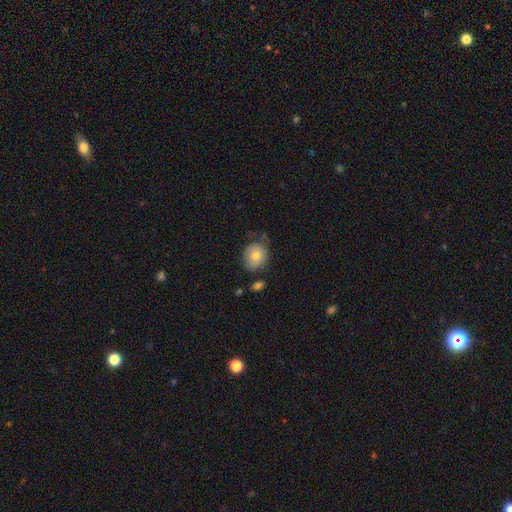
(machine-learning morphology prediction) Smooth or featured? Predicted: smooth (p=0.76). How rounded? Predicted: round (p=0.71). Merging? Predicted: none (p=0.61).